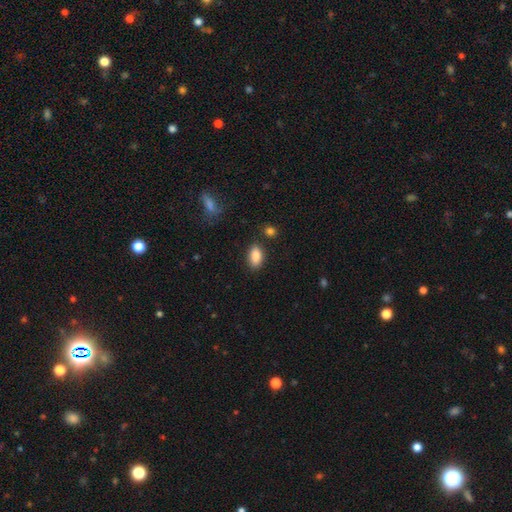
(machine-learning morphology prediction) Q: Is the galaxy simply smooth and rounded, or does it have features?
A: smooth — 87%.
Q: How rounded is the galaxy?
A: in between — 91%.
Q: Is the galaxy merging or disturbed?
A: none — 83%.